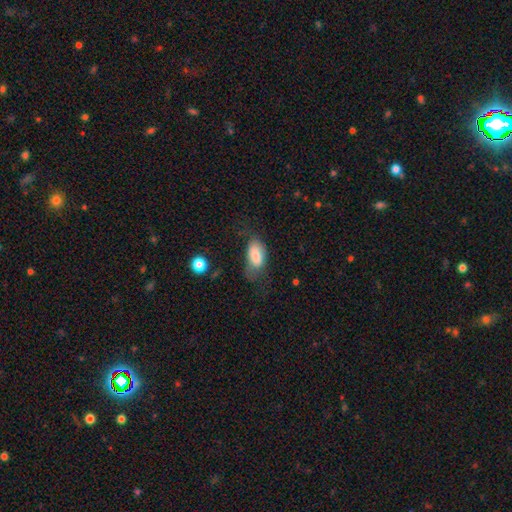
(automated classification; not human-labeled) Smooth or featured: smooth — 80% (featured or disk — 13%)
How rounded: in between — 93% (cigar-shaped — 4%)
Merging: none — 43% (minor disturbance — 31%)